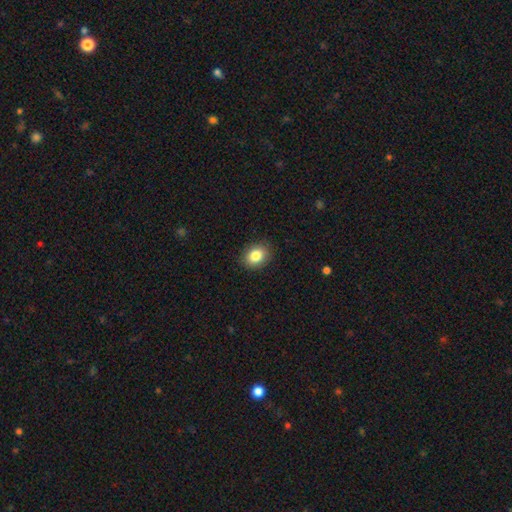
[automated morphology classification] Smooth or featured?
  - smooth: 85% *
  - star or artifact: 9%
  - featured or disk: 6%
How rounded?
  - in between: 59% *
  - round: 41%
  - cigar-shaped: 1%
Merging?
  - none: 88% *
  - minor disturbance: 9%
  - major disturbance: 2%
  - merger: 1%